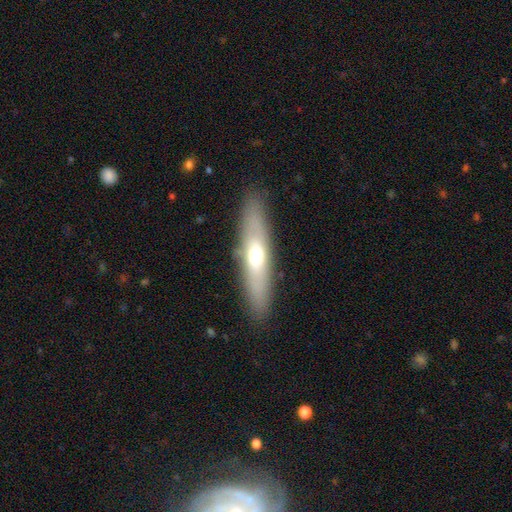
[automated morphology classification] Q: Smooth or featured?
A: smooth (53%); runner-up: featured or disk (40%)
Q: How rounded?
A: cigar-shaped (77%); runner-up: in between (21%)
Q: Merging?
A: none (88%); runner-up: minor disturbance (9%)